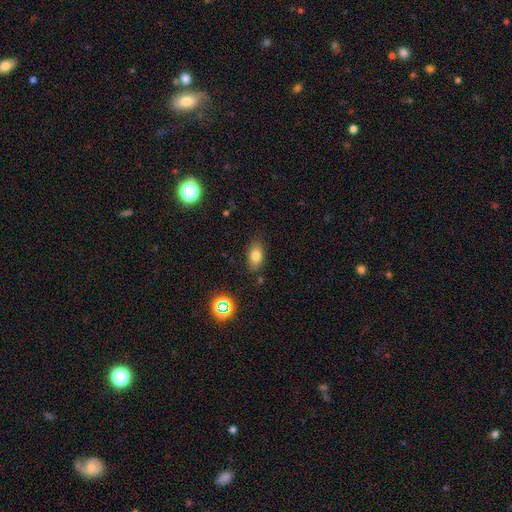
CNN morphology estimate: A smooth galaxy with no disk features (77%) that is in between round and cigar-shaped (86%).

Vote fractions:
- Smooth or featured? smooth: 77% / star or artifact: 12% / featured or disk: 11%
- How rounded? in between: 86% / round: 11% / cigar-shaped: 4%
- Merging? none: 82% / minor disturbance: 13% / major disturbance: 3% / merger: 2%